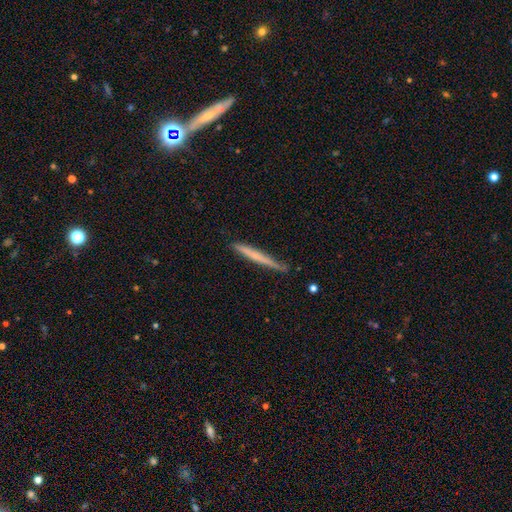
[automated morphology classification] Smooth or featured? Predicted: smooth (p=0.57). How rounded? Predicted: cigar-shaped (p=0.97). Merging? Predicted: none (p=0.81).